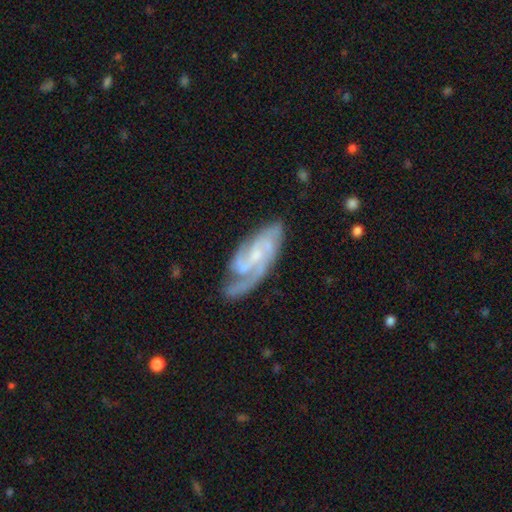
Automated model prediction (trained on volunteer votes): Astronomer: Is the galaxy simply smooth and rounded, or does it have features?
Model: featured or disk — 87%.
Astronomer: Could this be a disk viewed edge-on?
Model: no — 95%.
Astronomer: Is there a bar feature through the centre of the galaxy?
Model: no — 48% (runner-up: weak, 39%).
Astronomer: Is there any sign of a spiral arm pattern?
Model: yes — 97%.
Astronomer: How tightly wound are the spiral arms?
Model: medium — 45%, tied with tight at 45%.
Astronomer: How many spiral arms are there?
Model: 3 — 45% (runner-up: 2, 29%).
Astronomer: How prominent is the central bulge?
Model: small — 62%.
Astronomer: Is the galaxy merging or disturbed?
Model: none — 66%.